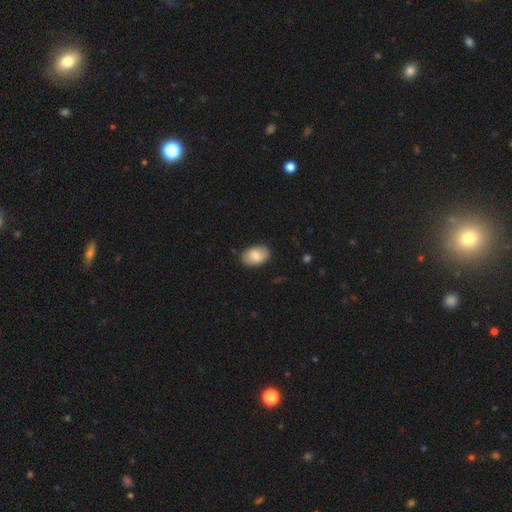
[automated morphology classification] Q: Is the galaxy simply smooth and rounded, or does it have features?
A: smooth — 84%.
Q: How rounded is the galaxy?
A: in between — 90%.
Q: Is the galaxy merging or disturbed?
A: none — 85%.